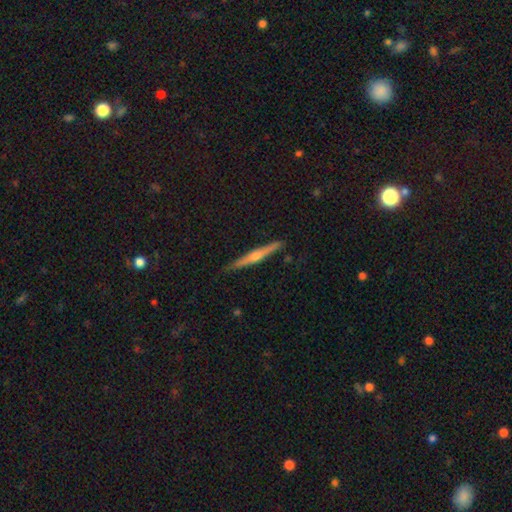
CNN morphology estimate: smooth_or_featured: featured or disk (p=0.69) [alt: smooth p=0.25]
disk_edge_on: yes (p=0.98) [alt: no p=0.02]
edge_on_bulge: rounded (p=0.84) [alt: none p=0.12]
merging: none (p=0.88) [alt: minor disturbance p=0.09]